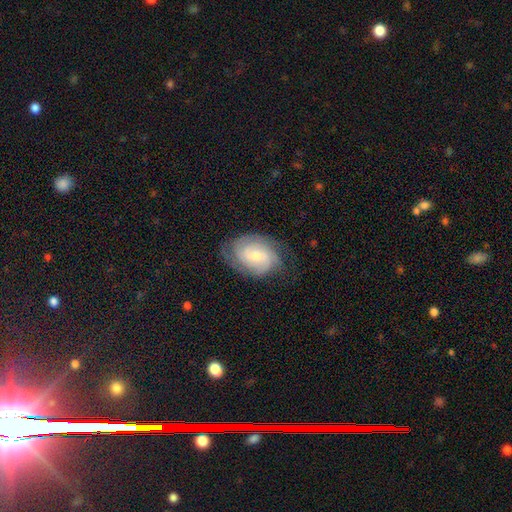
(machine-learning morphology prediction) type=featured or disk (75%); edge-on=no (97%); bar=no (62%); spiral arms=yes (94%); winding=tight (61%); arm count=2 (34%); bulge=small (59%); merging=none (73%).